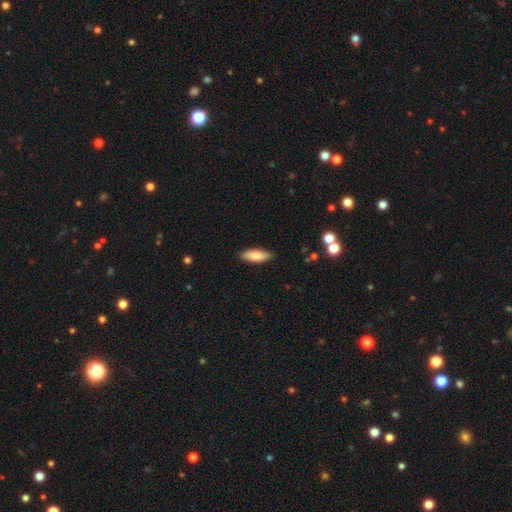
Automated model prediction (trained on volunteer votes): Smooth or featured? Predicted: smooth (p=0.84). How rounded? Predicted: in between (p=0.62). Merging? Predicted: none (p=0.87).